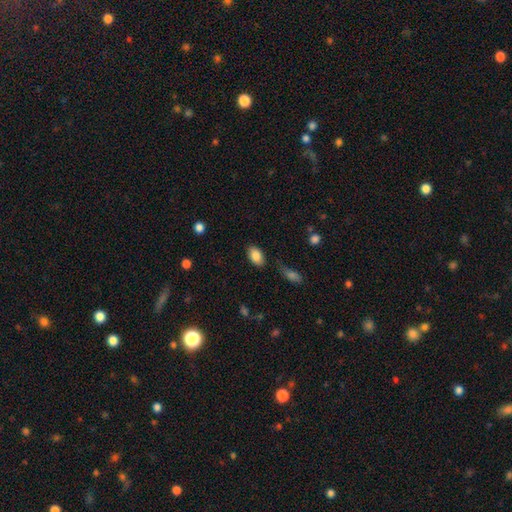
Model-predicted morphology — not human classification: Overall: smooth (86%). How rounded: in between (91%). Merging: none (80%).